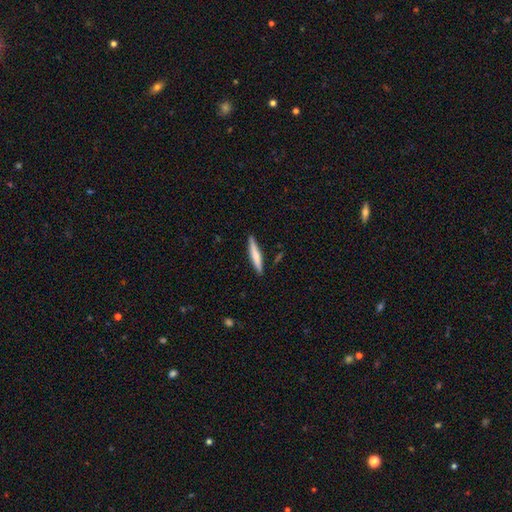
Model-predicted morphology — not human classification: The model was most divided on "smooth or featured": smooth: 64%, featured or disk: 31%, star or artifact: 5%. More confident: how rounded — cigar-shaped (92%); merging — none (88%).